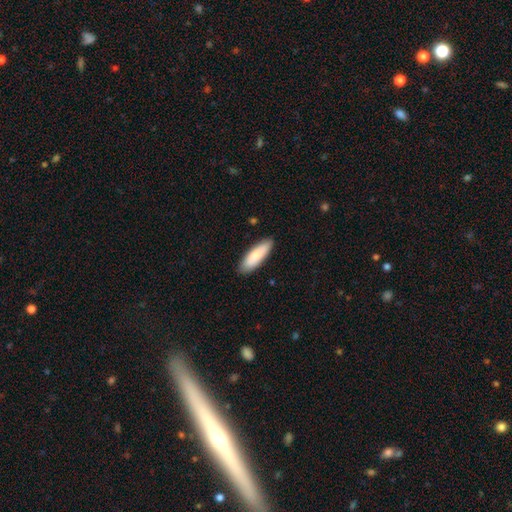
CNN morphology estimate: type=smooth (84%); roundness=in between (52%); merging=none (87%).